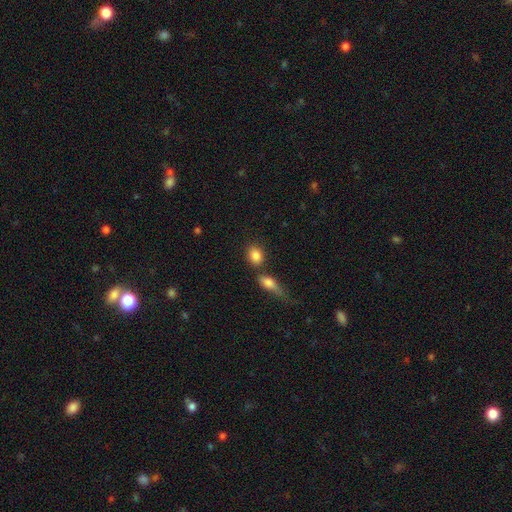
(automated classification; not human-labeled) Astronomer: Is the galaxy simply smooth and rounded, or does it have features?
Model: smooth — 84%.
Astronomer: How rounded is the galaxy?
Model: in between — 60% (runner-up: round, 37%).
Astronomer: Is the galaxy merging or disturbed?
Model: none — 64%.